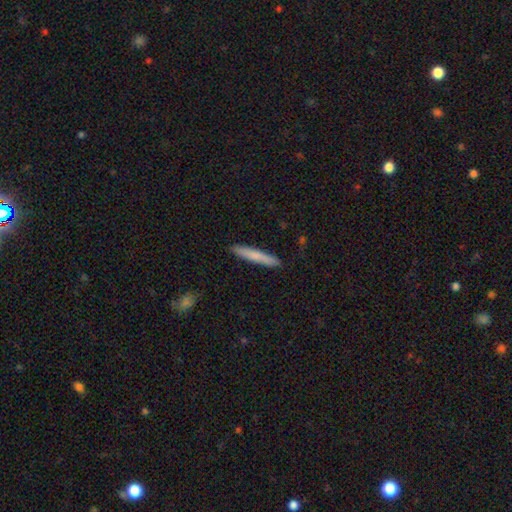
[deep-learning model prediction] This is likely a smooth galaxy (75%). How rounded: clearly cigar-shaped (94%). Merging: clearly none (90%).